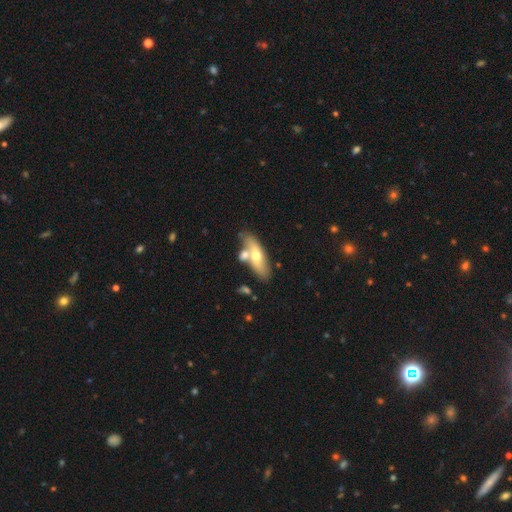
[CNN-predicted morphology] Smooth or featured? smooth (51%)
How rounded? in between (66%)
Merging? none (53%)